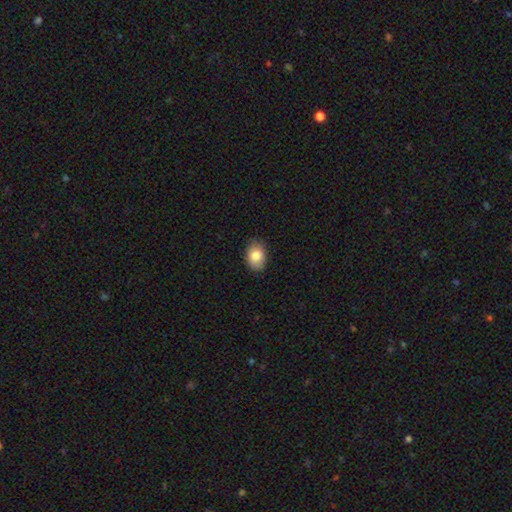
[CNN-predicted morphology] smooth-or-featured: smooth: 82% | featured or disk: 10% | star or artifact: 8%
  how-rounded: in between: 79% | round: 20% | cigar-shaped: 1%
  merging: none: 84% | minor disturbance: 13% | major disturbance: 2% | merger: 1%